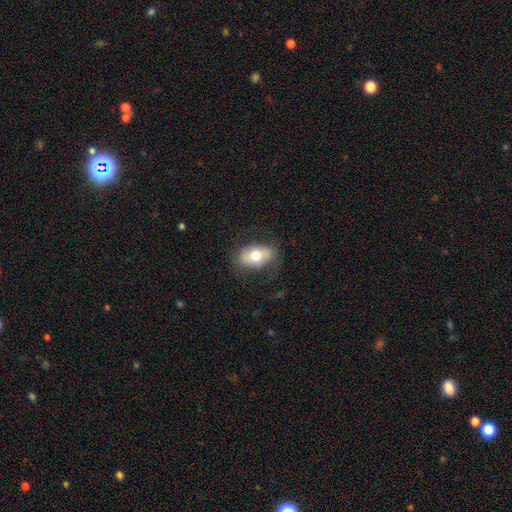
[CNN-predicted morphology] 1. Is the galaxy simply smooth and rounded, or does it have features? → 65% smooth, 27% featured or disk, 7% star or artifact.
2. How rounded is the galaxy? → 89% in between, 9% round, 2% cigar-shaped.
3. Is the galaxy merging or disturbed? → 77% none, 15% minor disturbance, 6% major disturbance, 1% merger.